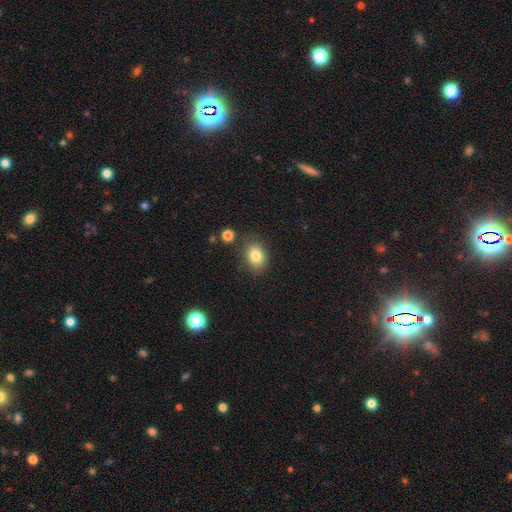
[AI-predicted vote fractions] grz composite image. It shows a smooth galaxy with no disk features (82%) that is in between round and cigar-shaped (66%). Merging: none (80%).